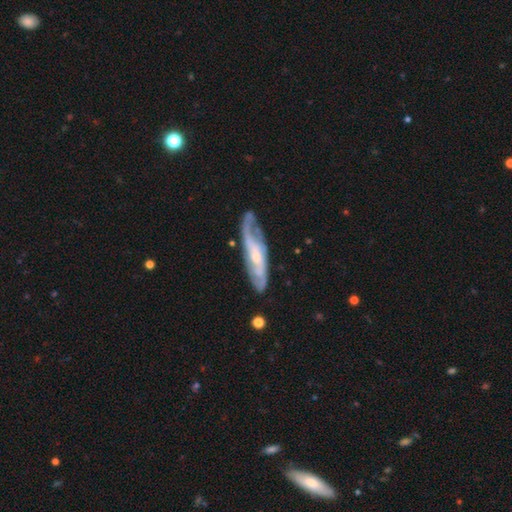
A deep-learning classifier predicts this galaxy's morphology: featured or disk 78%, smooth 16%, star or artifact 5%. Down the decision tree: edge-on disk — no (75%); bar — no (55%); spiral arms — yes (91%); spiral arm count — 2 (50%); spiral winding — medium (42%); bulge size — small (55%); merging — none (65%).